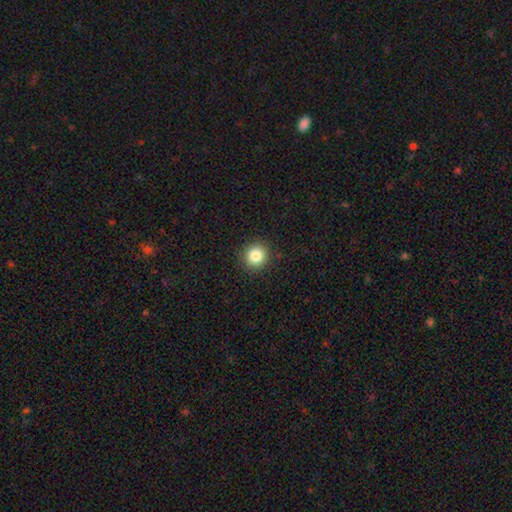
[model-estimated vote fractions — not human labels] This is clearly a smooth galaxy (84%). How rounded: clearly round (92%). Merging: clearly none (92%).